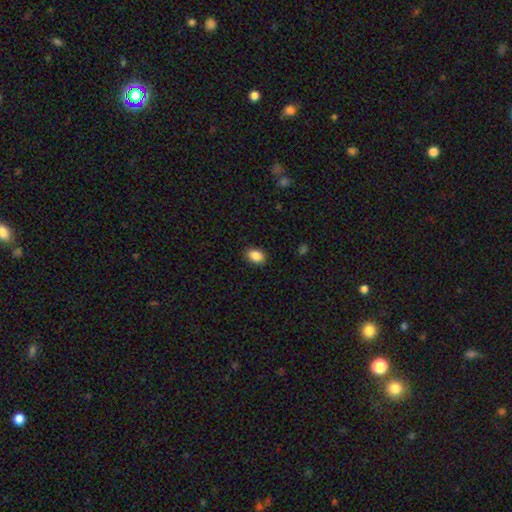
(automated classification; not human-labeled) Smooth or featured? Predicted: smooth (p=0.88). How rounded? Predicted: in between (p=0.83). Merging? Predicted: none (p=0.87).